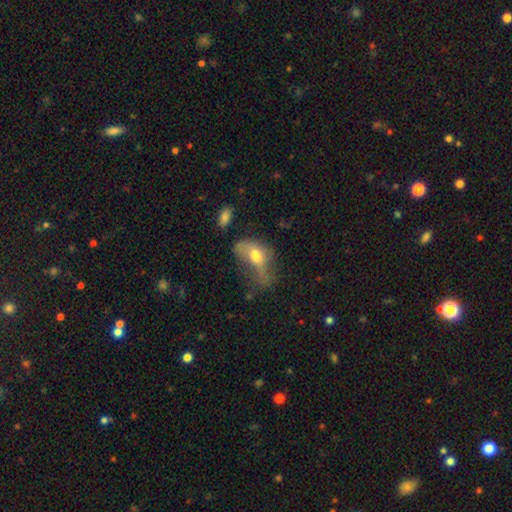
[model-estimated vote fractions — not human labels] Smooth or featured: smooth — 55% (featured or disk — 35%)
How rounded: in between — 82% (round — 12%)
Merging: major disturbance — 49% (minor disturbance — 23%)